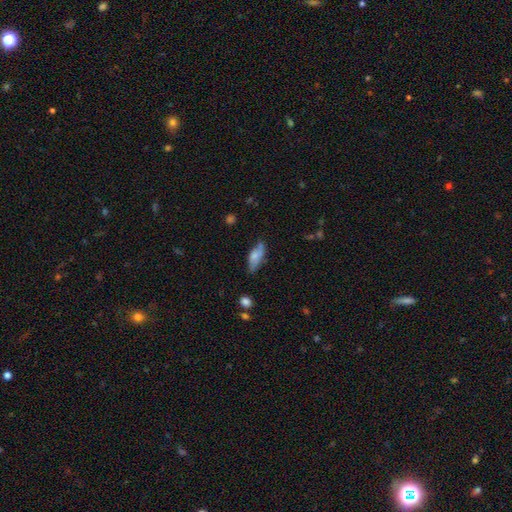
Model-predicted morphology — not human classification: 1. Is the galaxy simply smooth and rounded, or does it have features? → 65% smooth, 27% featured or disk, 7% star or artifact.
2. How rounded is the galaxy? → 71% in between, 26% cigar-shaped, 3% round.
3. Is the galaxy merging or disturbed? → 51% none, 33% minor disturbance, 11% major disturbance, 5% merger.